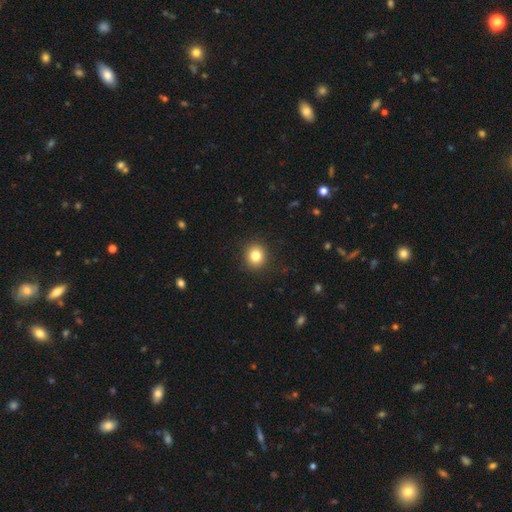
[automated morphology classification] smooth-or-featured: smooth: 83% | star or artifact: 11% | featured or disk: 6%
  how-rounded: round: 88% | in between: 11% | cigar-shaped: 1%
  merging: none: 91% | minor disturbance: 6% | major disturbance: 2% | merger: 1%